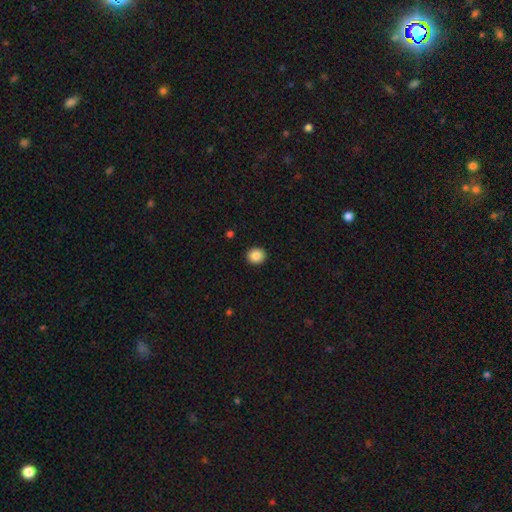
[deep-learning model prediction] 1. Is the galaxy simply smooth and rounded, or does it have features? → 86% smooth, 9% star or artifact, 5% featured or disk.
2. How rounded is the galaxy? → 85% round, 14% in between, 1% cigar-shaped.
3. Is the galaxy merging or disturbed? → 93% none, 5% minor disturbance, 2% major disturbance, 1% merger.